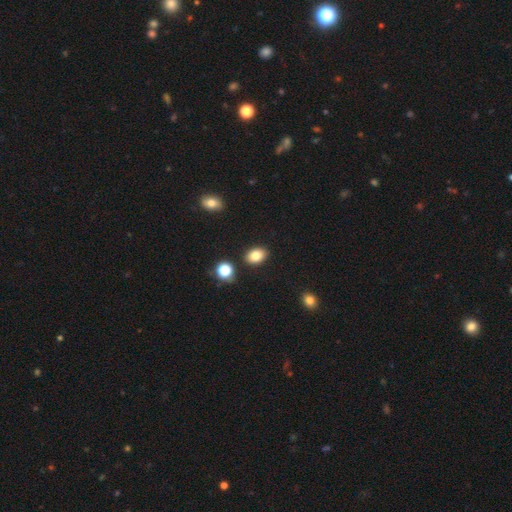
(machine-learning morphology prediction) Smooth or featured? smooth (83%)
How rounded? in between (76%)
Merging? none (86%)